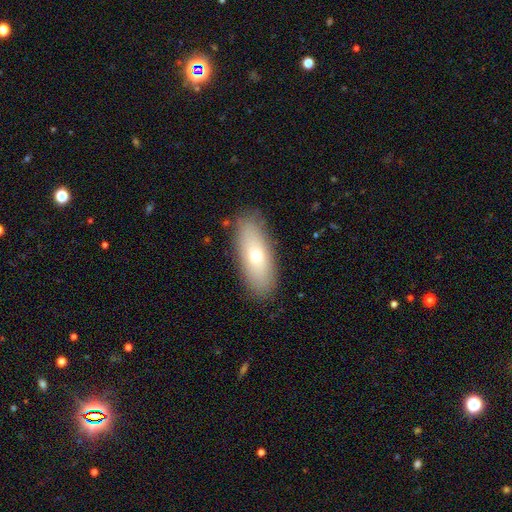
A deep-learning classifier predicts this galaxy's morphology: This appears to be a smooth galaxy with no disk features (64%) that is in between round and cigar-shaped (67%). Merging: none (86%).